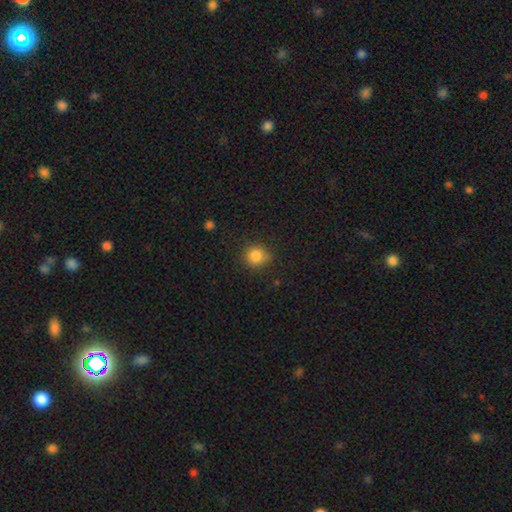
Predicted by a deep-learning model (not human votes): A smooth galaxy with no disk features (84%) that is round (89%). Merging: none (78%).